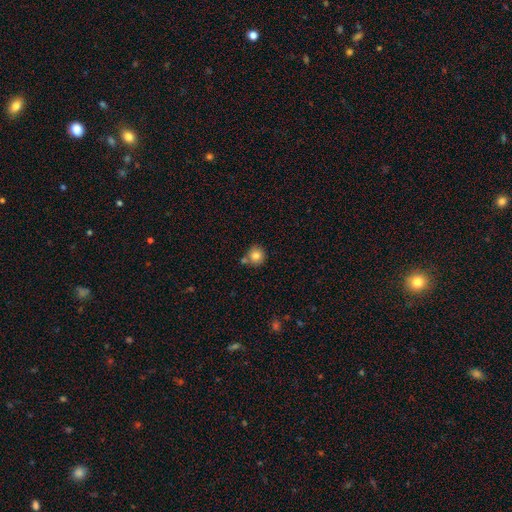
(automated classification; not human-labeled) Smooth or featured? Predicted: smooth (p=0.82). How rounded? Predicted: round (p=0.92). Merging? Predicted: none (p=0.67).